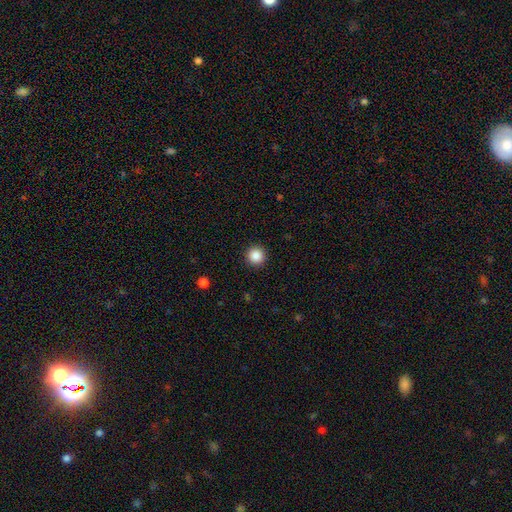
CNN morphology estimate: smooth_or_featured: smooth (p=0.87) [alt: star or artifact p=0.10]
how_rounded: round (p=0.96) [alt: in between p=0.03]
merging: none (p=0.93) [alt: minor disturbance p=0.04]